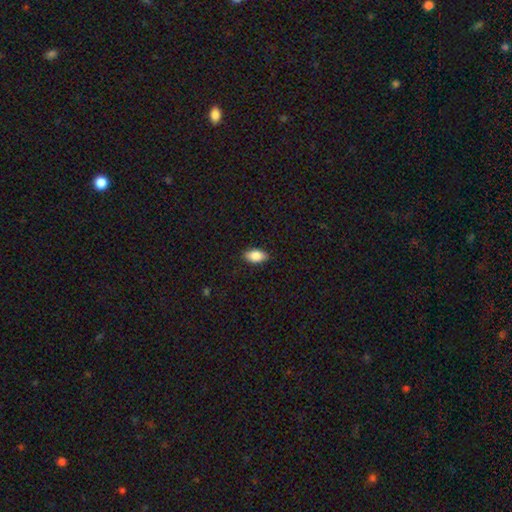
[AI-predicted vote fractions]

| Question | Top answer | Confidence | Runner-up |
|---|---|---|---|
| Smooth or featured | smooth | 87% | star or artifact (7%) |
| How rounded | in between | 92% | round (5%) |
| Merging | none | 87% | minor disturbance (10%) |